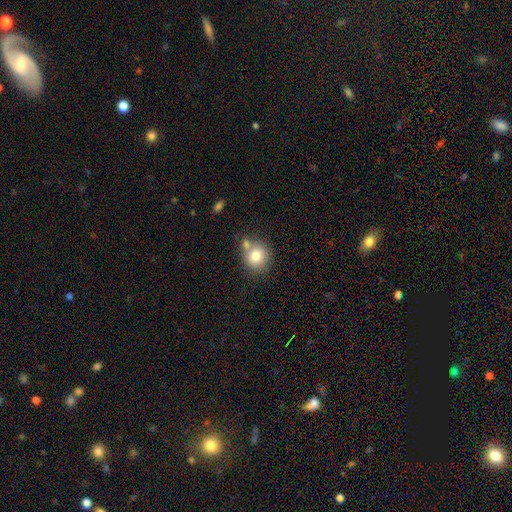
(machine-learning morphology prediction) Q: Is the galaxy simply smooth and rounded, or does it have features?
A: smooth — 79%.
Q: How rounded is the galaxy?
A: round — 82%.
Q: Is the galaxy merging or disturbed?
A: none — 58%.